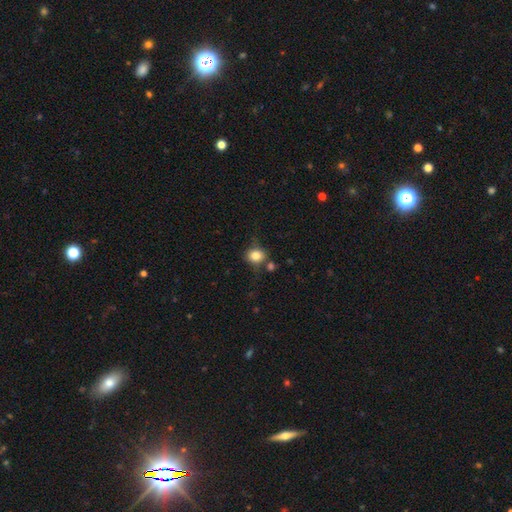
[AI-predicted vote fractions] Smooth or featured: smooth — 80% (star or artifact — 11%)
How rounded: round — 68% (in between — 30%)
Merging: none — 67% (minor disturbance — 19%)